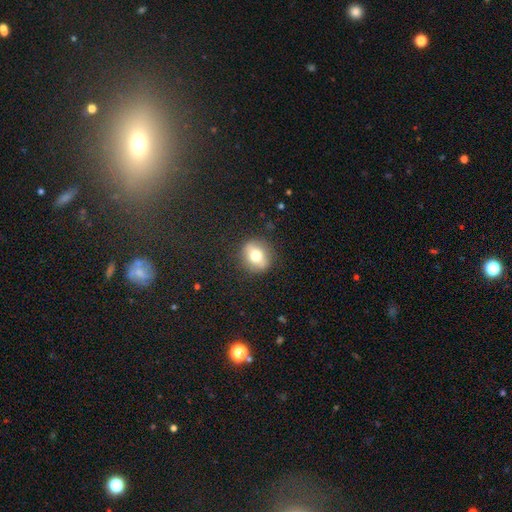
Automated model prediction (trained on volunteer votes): Smooth or featured? smooth (63%)
How rounded? round (71%)
Merging? none (86%)